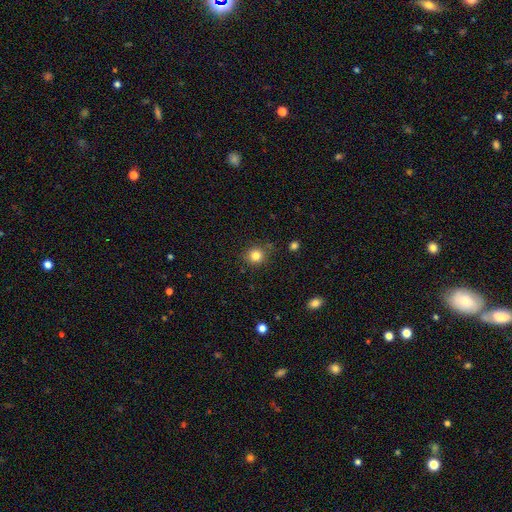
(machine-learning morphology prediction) The model was most divided on "smooth or featured": smooth: 82%, star or artifact: 12%, featured or disk: 6%. More confident: how rounded — round (89%); merging — none (84%).